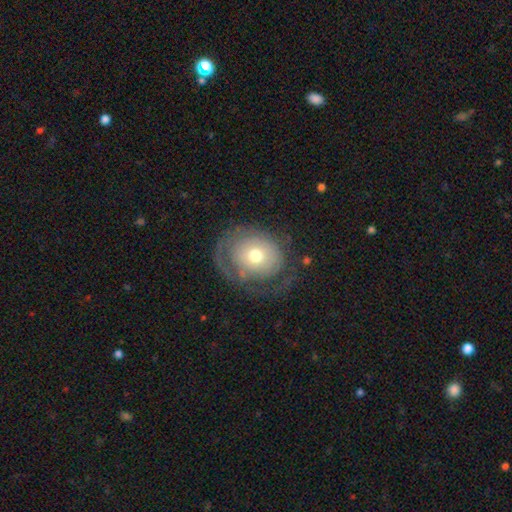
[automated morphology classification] Smooth or featured: featured or disk — 50% (smooth — 42%)
Edge-on disk: no — 95% (yes — 5%)
Merging: none — 52% (major disturbance — 25%)